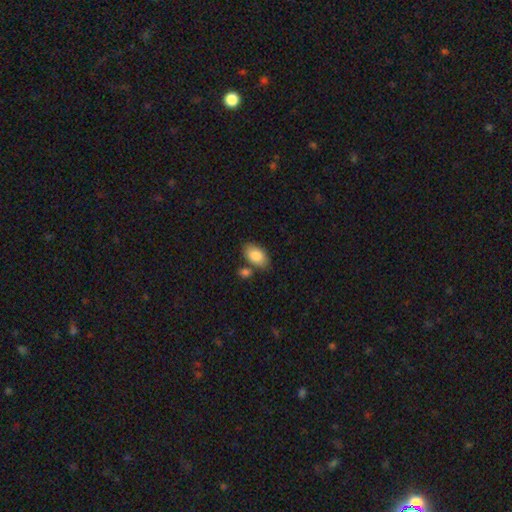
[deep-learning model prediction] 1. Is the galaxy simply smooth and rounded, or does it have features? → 85% smooth, 8% featured or disk, 6% star or artifact.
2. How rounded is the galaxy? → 93% in between, 6% round, 1% cigar-shaped.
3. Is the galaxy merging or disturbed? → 67% none, 15% merger, 14% minor disturbance, 4% major disturbance.